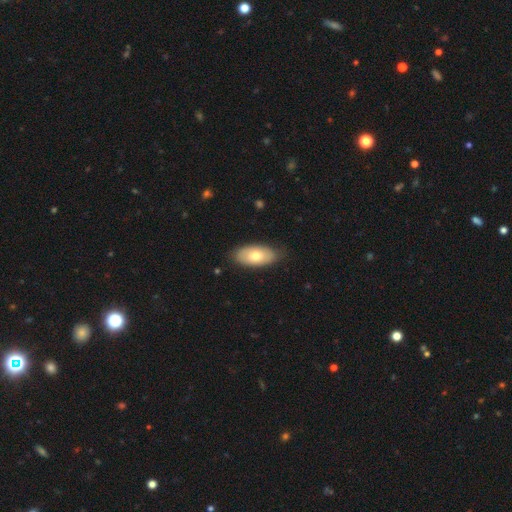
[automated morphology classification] smooth 69%, featured or disk 26%, star or artifact 6%. Down the decision tree: how rounded — in between (93%); merging — none (82%).